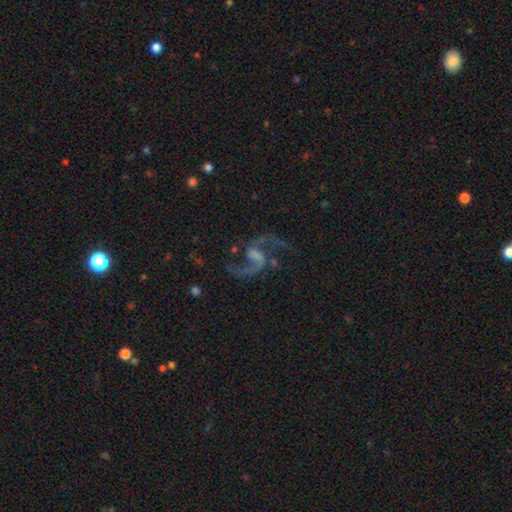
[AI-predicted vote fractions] smooth-or-featured: featured or disk: 88% | star or artifact: 8% | smooth: 4%
  disk-edge-on: no: 98% | yes: 2%
    bar: weak: 52% | no: 26% | strong: 22%
    has-spiral-arms: yes: 97% | no: 3%
      spiral-winding: loose: 67% | medium: 29% | tight: 4%
      spiral-arm-count: 2: 93% | 1: 2% | can't tell: 2% | 3: 1% | 4: 1% | more than 4: 1%
    bulge-size: none: 38% | small: 33% | moderate: 22% | large: 5% | dominant: 1%
  merging: none: 72% | minor disturbance: 13% | major disturbance: 12% | merger: 3%